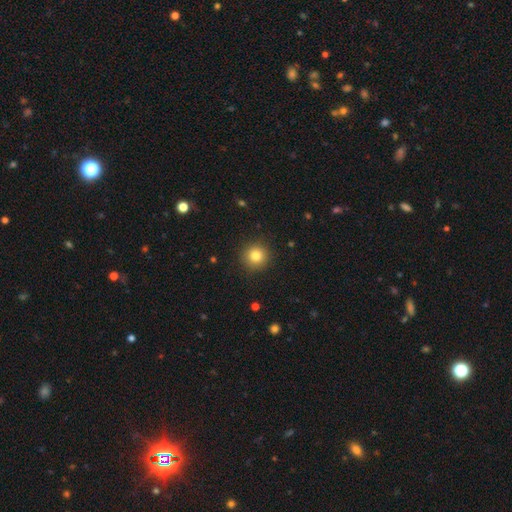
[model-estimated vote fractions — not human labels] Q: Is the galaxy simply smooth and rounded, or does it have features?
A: smooth — 82%.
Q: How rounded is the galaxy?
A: round — 95%.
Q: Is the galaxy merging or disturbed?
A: none — 91%.